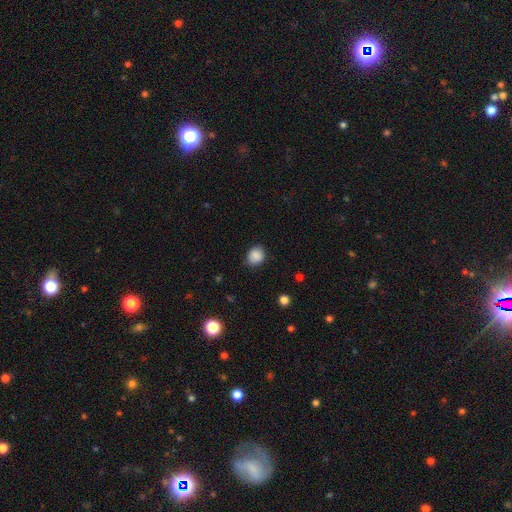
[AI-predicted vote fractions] A smooth galaxy with no disk features (88%) that is round (67%). Merging: none (80%).